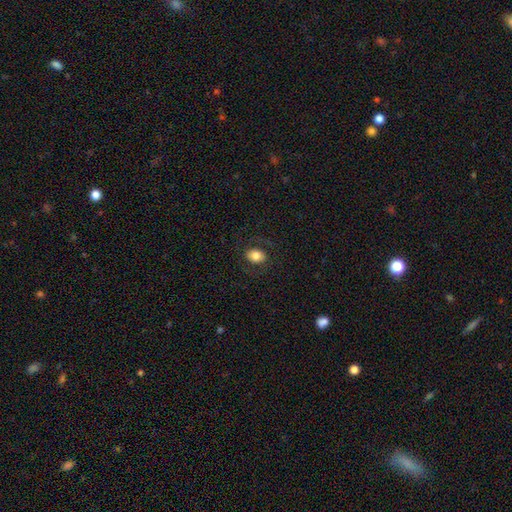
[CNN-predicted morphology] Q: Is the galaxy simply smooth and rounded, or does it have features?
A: smooth — 75%.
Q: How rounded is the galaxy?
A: in between — 68%.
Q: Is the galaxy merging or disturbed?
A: none — 82%.